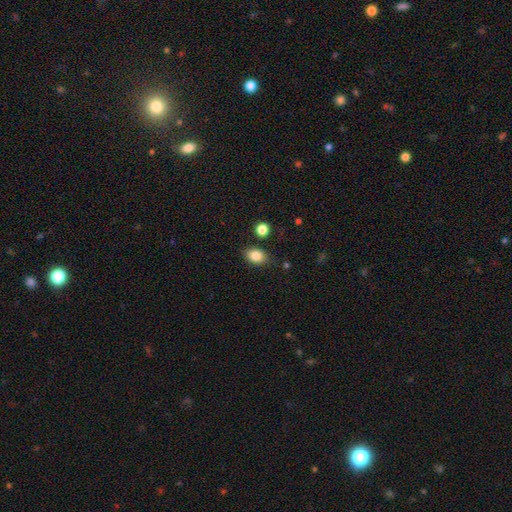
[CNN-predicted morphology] Overall: smooth (85%). How rounded: in between (72%). Merging: none (82%).